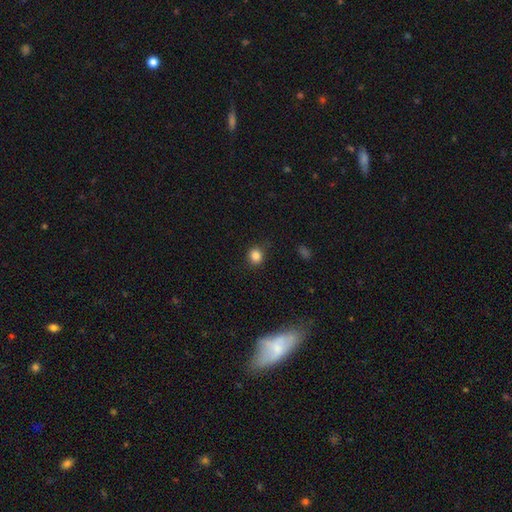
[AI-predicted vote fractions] Smooth or featured? smooth (84%)
How rounded? round (80%)
Merging? none (86%)